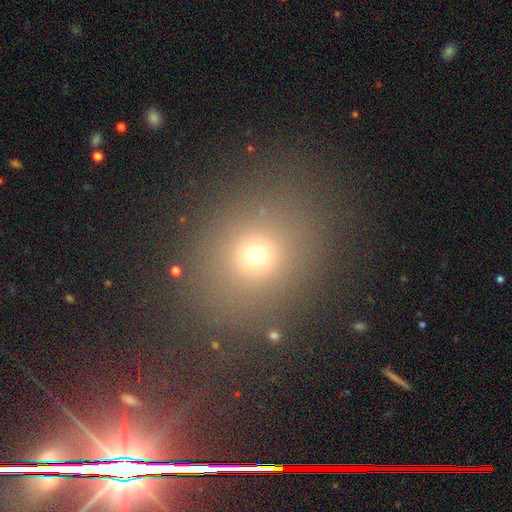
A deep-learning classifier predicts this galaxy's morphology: Smooth or featured: smooth — 67% (star or artifact — 23%)
How rounded: round — 72% (in between — 27%)
Merging: none — 79% (minor disturbance — 10%)